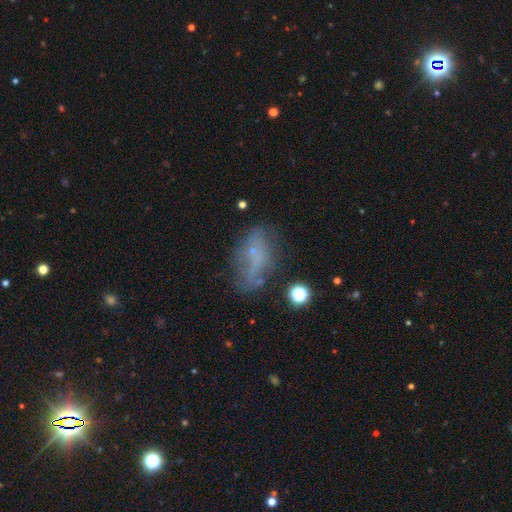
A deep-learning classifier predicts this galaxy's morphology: Smooth or featured?
  - smooth: 45% *
  - featured or disk: 37%
  - star or artifact: 18%
Merging?
  - none: 47% *
  - minor disturbance: 27%
  - major disturbance: 20%
  - merger: 7%